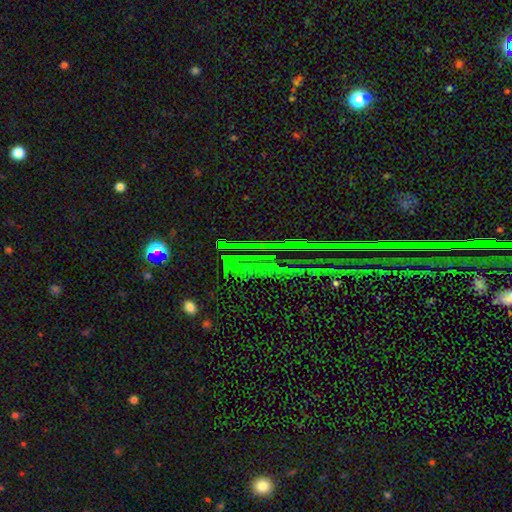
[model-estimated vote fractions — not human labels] Smooth or featured? star or artifact (81%)